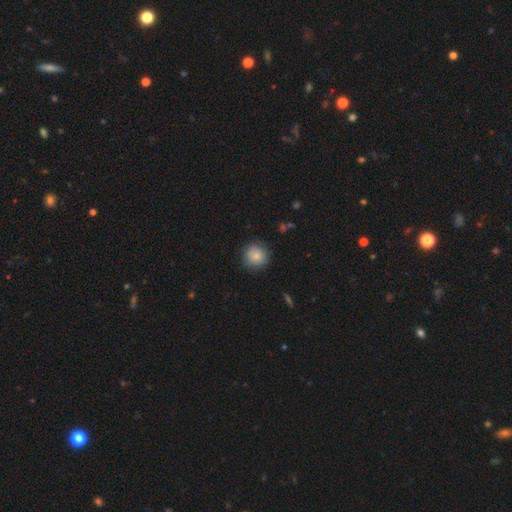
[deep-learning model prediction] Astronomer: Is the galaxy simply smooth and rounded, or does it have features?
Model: smooth — 84%.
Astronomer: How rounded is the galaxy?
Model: round — 92%.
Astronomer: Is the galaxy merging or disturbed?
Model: none — 84%.